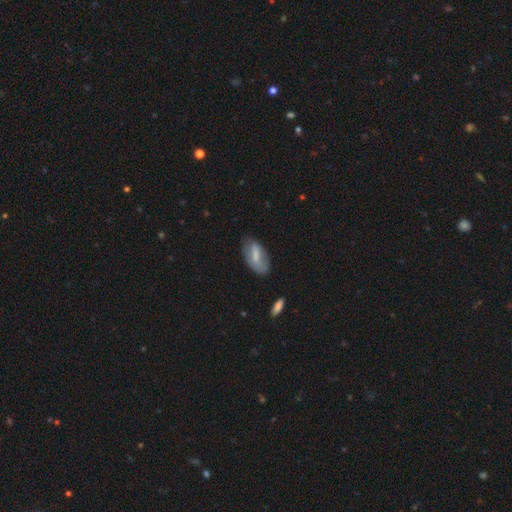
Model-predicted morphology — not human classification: This is likely a smooth galaxy (66%). How rounded: clearly in between (88%). Merging: likely none (61%).